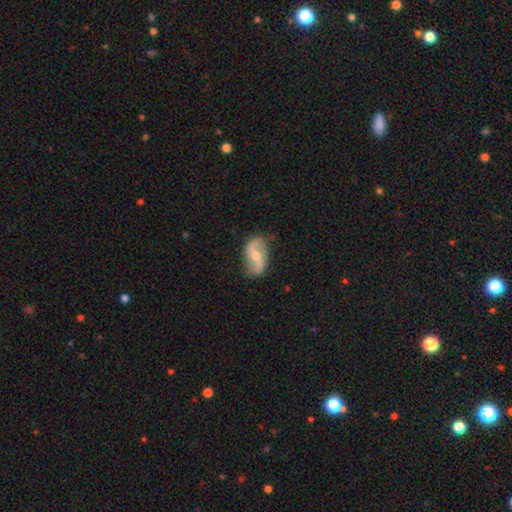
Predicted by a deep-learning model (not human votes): Smooth or featured? Predicted: featured or disk (p=0.77). Edge-on disk? Predicted: no (p=0.96). Bar? Predicted: weak (p=0.45). Spiral arms? Predicted: yes (p=0.91). Spiral winding? Predicted: loose (p=0.73). Spiral arm count? Predicted: 2 (p=0.91). Bulge size? Predicted: moderate (p=0.53). Merging? Predicted: none (p=0.76).